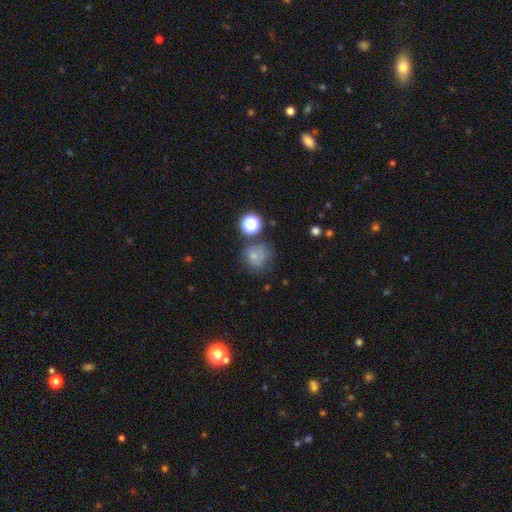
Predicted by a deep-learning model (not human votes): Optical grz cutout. It shows a smooth galaxy with no disk features (70%) that is round (80%). Merging: none (55%).